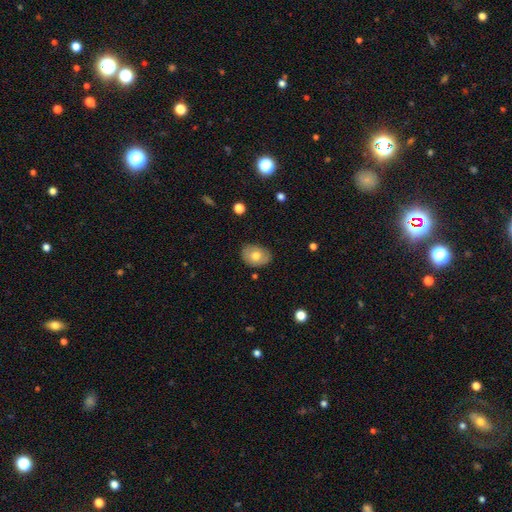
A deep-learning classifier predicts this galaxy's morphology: Q: Smooth or featured?
A: smooth (68%); runner-up: featured or disk (24%)
Q: How rounded?
A: in between (70%); runner-up: round (29%)
Q: Merging?
A: none (80%); runner-up: minor disturbance (15%)